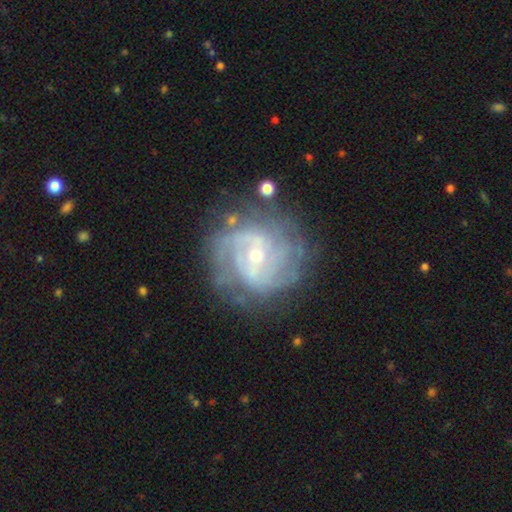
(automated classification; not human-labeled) featured or disk 86%, smooth 7%, star or artifact 7%. Down the decision tree: edge-on disk — no (97%); bar — weak (43%, tied with no); spiral arms — yes (94%); spiral arm count — can't tell (32%); spiral winding — tight (58%); bulge size — small (62%); merging — none (74%).